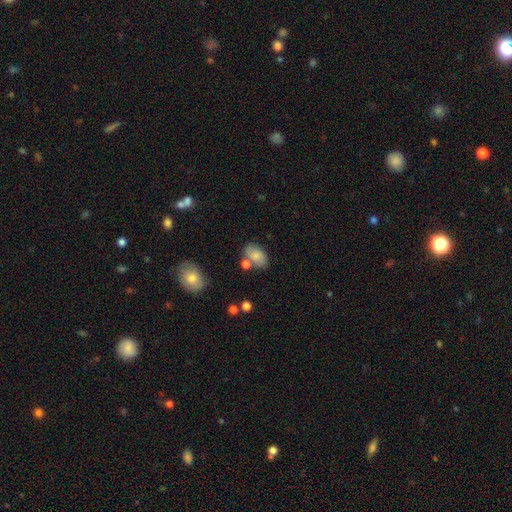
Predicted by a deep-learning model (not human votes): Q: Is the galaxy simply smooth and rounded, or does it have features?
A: smooth — 70%.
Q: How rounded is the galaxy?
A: in between — 82%.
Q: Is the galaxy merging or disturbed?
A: none — 59%.